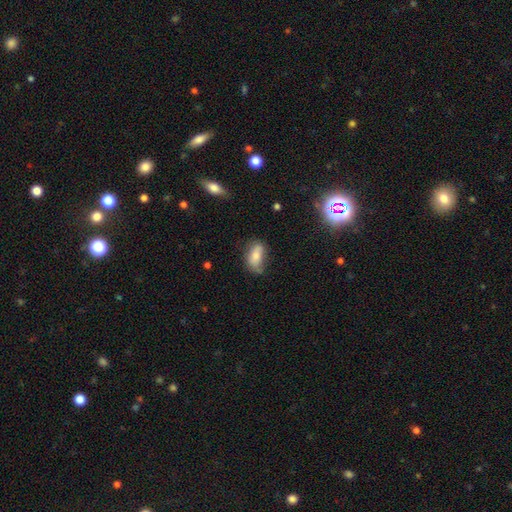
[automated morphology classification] Smooth or featured?
  - smooth: 71% *
  - featured or disk: 20%
  - star or artifact: 8%
How rounded?
  - in between: 89% *
  - cigar-shaped: 6%
  - round: 5%
Merging?
  - none: 52% *
  - minor disturbance: 33%
  - major disturbance: 11%
  - merger: 3%